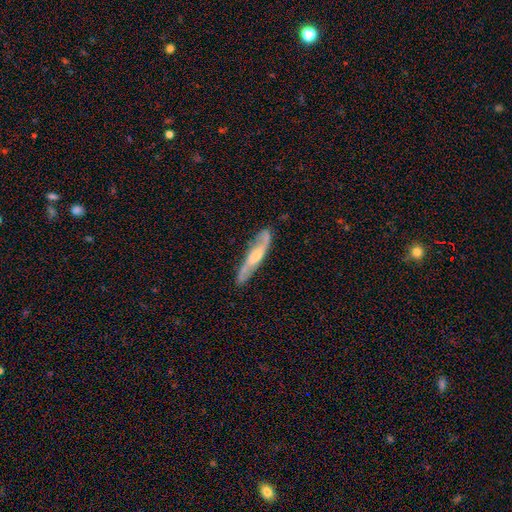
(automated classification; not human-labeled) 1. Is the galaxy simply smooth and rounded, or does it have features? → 69% featured or disk, 25% smooth, 5% star or artifact.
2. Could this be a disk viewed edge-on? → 55% no, 45% yes.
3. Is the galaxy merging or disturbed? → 82% none, 14% minor disturbance, 3% major disturbance, 2% merger.